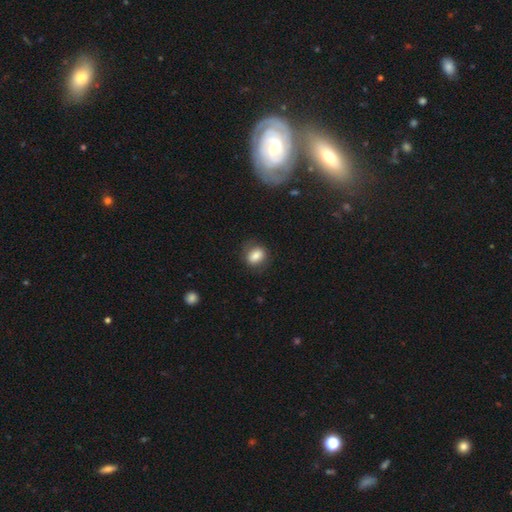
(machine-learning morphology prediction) Smooth or featured: smooth — 82% (featured or disk — 10%)
How rounded: in between — 55% (round — 43%)
Merging: none — 78% (minor disturbance — 15%)